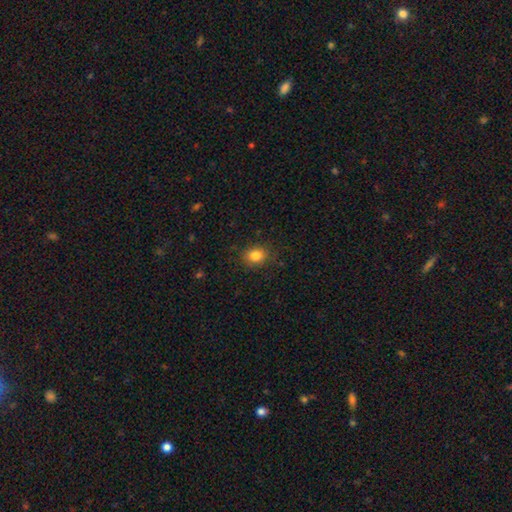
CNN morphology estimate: This appears to be a smooth galaxy with no disk features (83%) that is round (51%). Merging: none (85%).